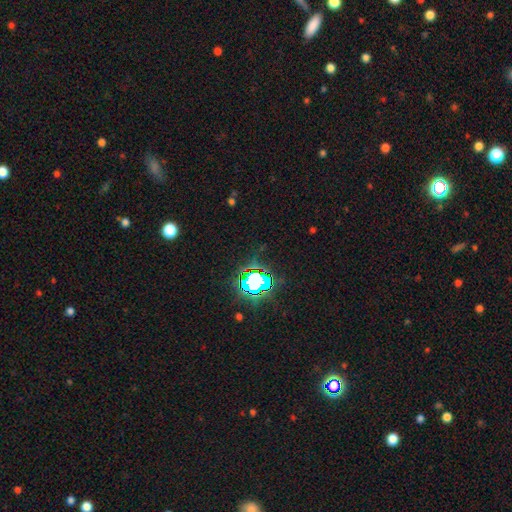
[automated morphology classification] smooth-or-featured: star or artifact: 78% | smooth: 14% | featured or disk: 8%